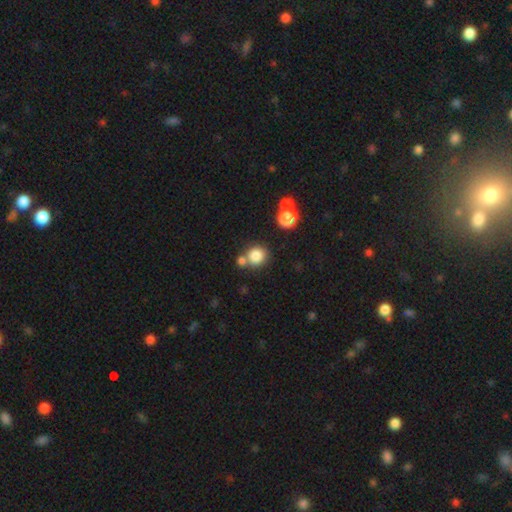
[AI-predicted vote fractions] Overall: smooth (81%). How rounded: round (89%). Merging: none (64%).